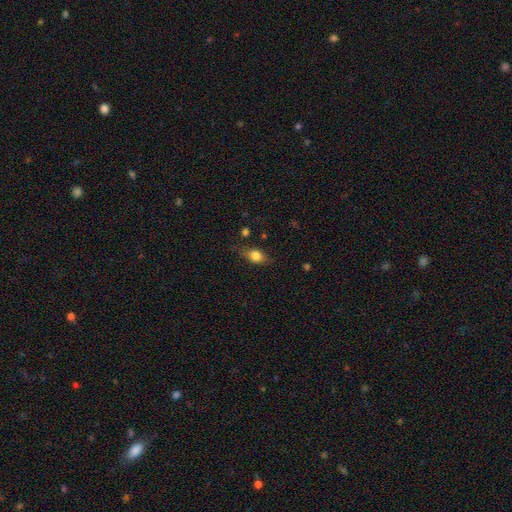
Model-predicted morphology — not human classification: A smooth galaxy with no disk features (77%) that is in between round and cigar-shaped (71%). Merging: none (70%).